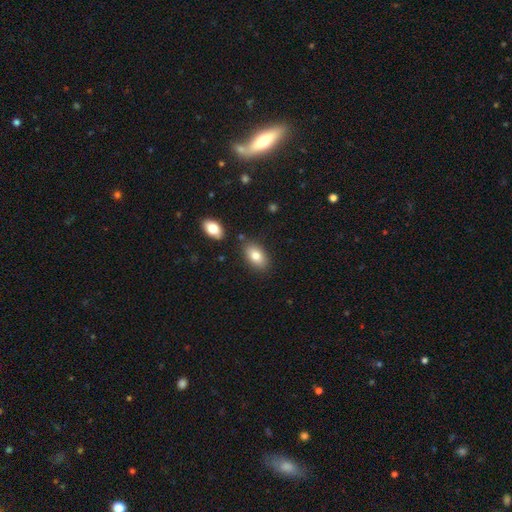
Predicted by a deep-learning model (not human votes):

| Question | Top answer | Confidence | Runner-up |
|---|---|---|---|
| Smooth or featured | smooth | 82% | featured or disk (11%) |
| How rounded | in between | 92% | round (6%) |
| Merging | none | 80% | minor disturbance (11%) |